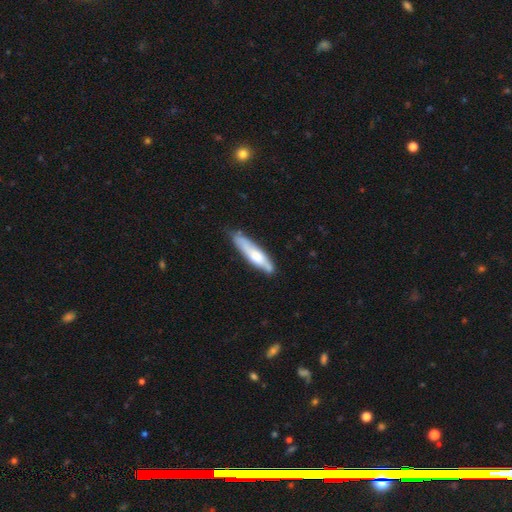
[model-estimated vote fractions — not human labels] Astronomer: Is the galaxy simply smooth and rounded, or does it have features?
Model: smooth — 60%.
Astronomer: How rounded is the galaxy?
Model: cigar-shaped — 82%.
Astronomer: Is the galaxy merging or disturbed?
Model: none — 66%.